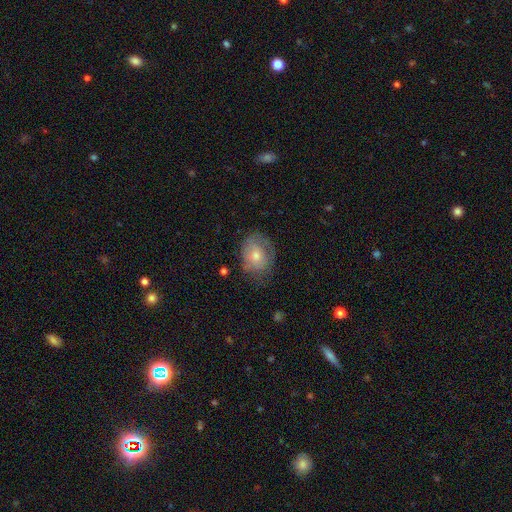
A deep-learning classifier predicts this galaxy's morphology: The model was most divided on "smooth or featured": smooth: 56%, featured or disk: 35%, star or artifact: 9%. More confident: merging — none (63%); how rounded — in between (60%).